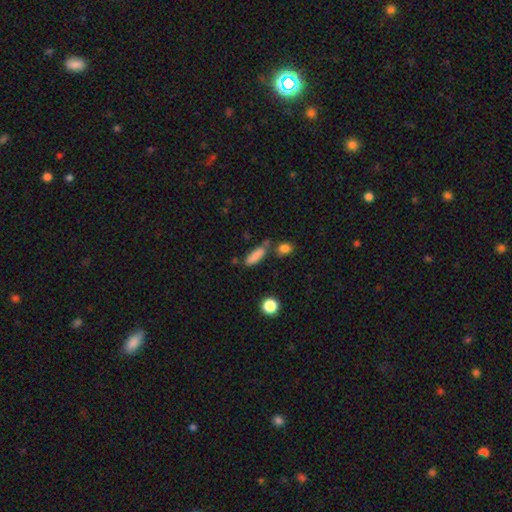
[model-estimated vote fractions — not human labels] Smooth or featured?
  - smooth: 84% *
  - star or artifact: 9%
  - featured or disk: 6%
How rounded?
  - in between: 54% *
  - cigar-shaped: 42%
  - round: 4%
Merging?
  - none: 65% *
  - minor disturbance: 16%
  - merger: 14%
  - major disturbance: 5%